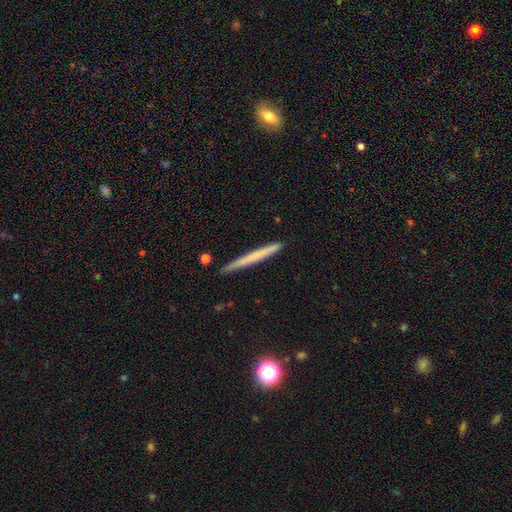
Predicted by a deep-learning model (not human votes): Q: Smooth or featured?
A: smooth (57%); runner-up: featured or disk (36%)
Q: How rounded?
A: cigar-shaped (97%); runner-up: in between (2%)
Q: Merging?
A: none (90%); runner-up: minor disturbance (7%)